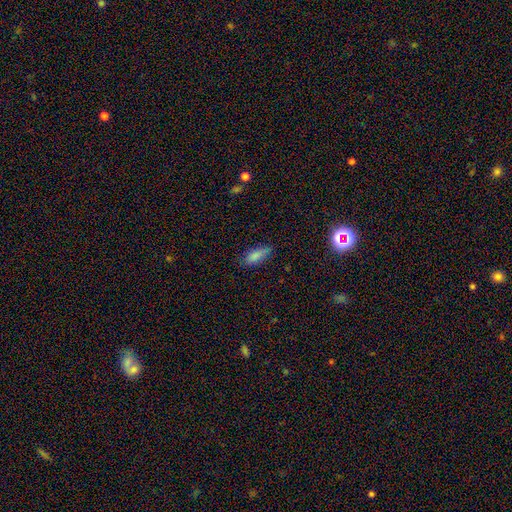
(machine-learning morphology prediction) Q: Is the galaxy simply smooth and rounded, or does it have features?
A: smooth — 82%.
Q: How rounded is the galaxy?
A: in between — 78%.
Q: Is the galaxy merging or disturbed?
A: none — 74%.